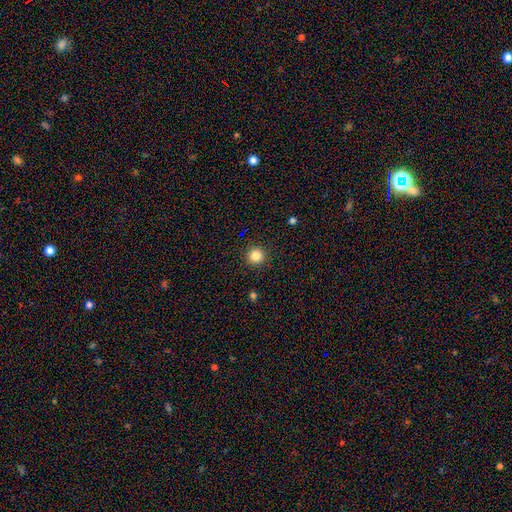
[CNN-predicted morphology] Smooth or featured? smooth (84%)
How rounded? round (95%)
Merging? none (92%)